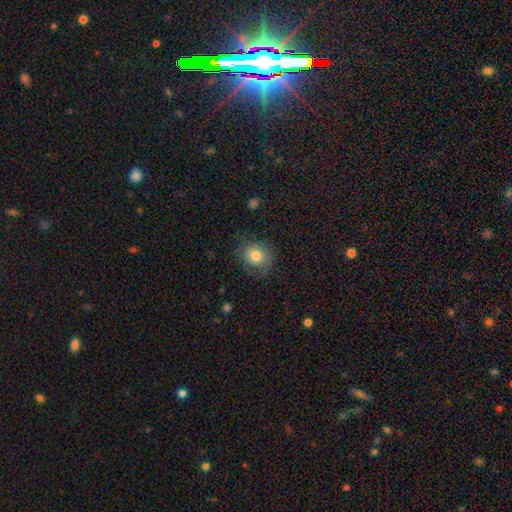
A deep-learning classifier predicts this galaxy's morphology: Smooth or featured: smooth — 79% (featured or disk — 12%)
How rounded: round — 78% (in between — 21%)
Merging: none — 73% (minor disturbance — 19%)